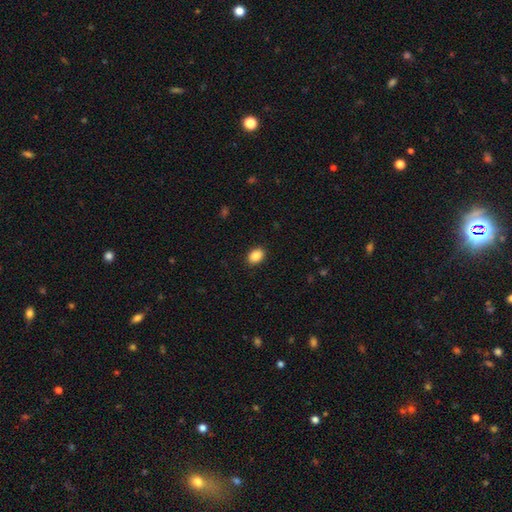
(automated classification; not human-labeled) Smooth or featured?
  - smooth: 88% *
  - star or artifact: 8%
  - featured or disk: 4%
How rounded?
  - in between: 73% *
  - round: 26%
  - cigar-shaped: 1%
Merging?
  - none: 90% *
  - minor disturbance: 7%
  - major disturbance: 2%
  - merger: 1%